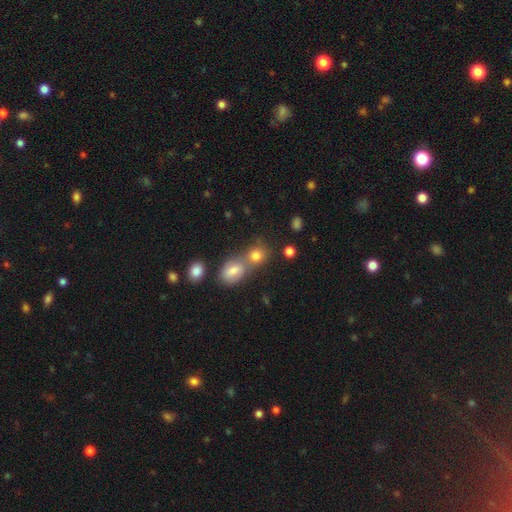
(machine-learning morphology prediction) Smooth or featured?
  - smooth: 78% *
  - star or artifact: 11%
  - featured or disk: 11%
How rounded?
  - round: 64% *
  - in between: 34%
  - cigar-shaped: 2%
Merging?
  - merger: 50% *
  - none: 38%
  - minor disturbance: 8%
  - major disturbance: 4%